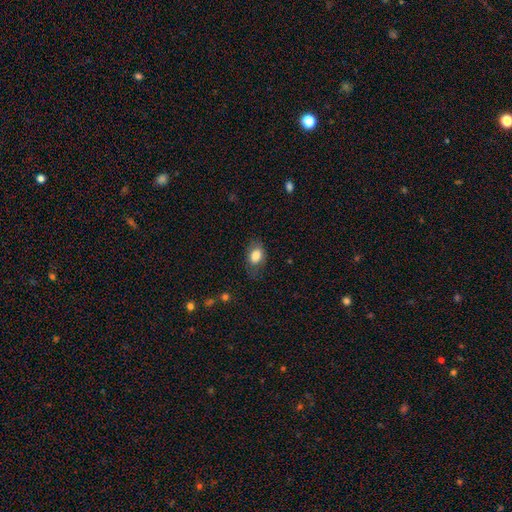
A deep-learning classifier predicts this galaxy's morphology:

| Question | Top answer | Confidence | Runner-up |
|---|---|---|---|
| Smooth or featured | smooth | 82% | featured or disk (11%) |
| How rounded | in between | 81% | round (17%) |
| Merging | none | 68% | minor disturbance (21%) |